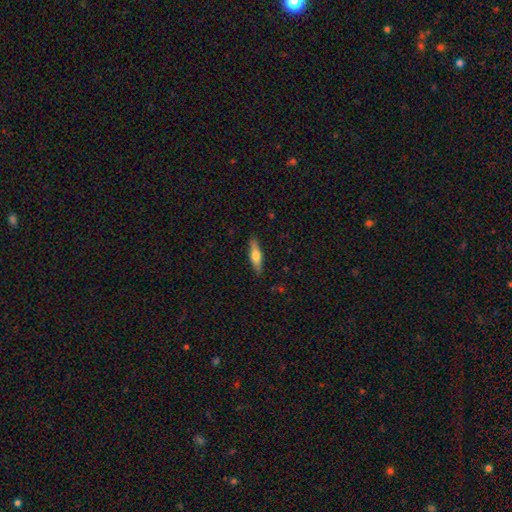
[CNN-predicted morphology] smooth-or-featured: smooth: 50% | featured or disk: 44% | star or artifact: 6%
  merging: none: 88% | minor disturbance: 9% | major disturbance: 2% | merger: 1%